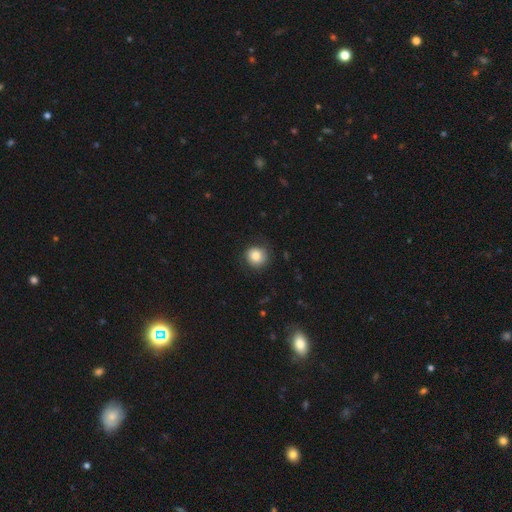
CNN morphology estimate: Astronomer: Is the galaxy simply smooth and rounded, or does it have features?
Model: smooth — 81%.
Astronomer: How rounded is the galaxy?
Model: round — 89%.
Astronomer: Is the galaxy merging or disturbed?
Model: none — 78%.